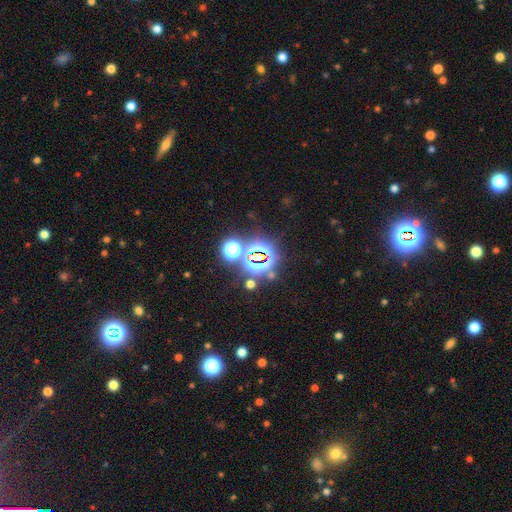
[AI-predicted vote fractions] Overall: star or artifact (78%).